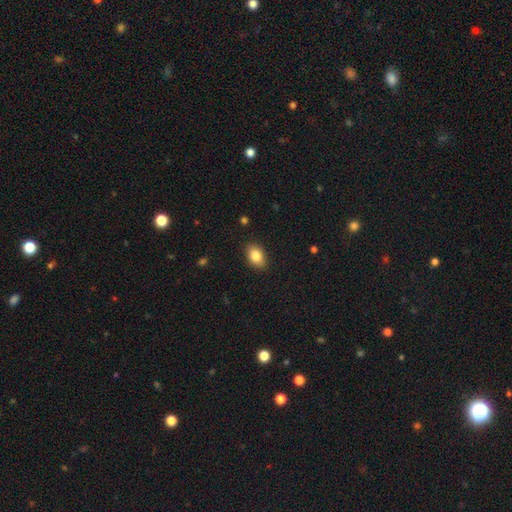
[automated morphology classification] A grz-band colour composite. It shows a smooth galaxy with no disk features (85%) that is in between round and cigar-shaped (84%). Merging: none (88%).